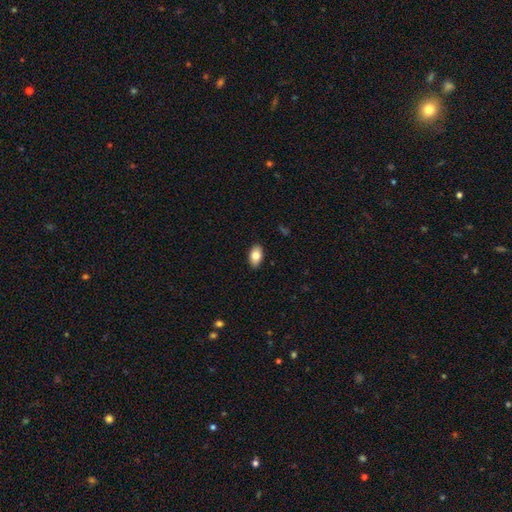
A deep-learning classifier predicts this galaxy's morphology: A smooth galaxy with no disk features (81%) that is in between round and cigar-shaped (92%). Merging: none (89%).